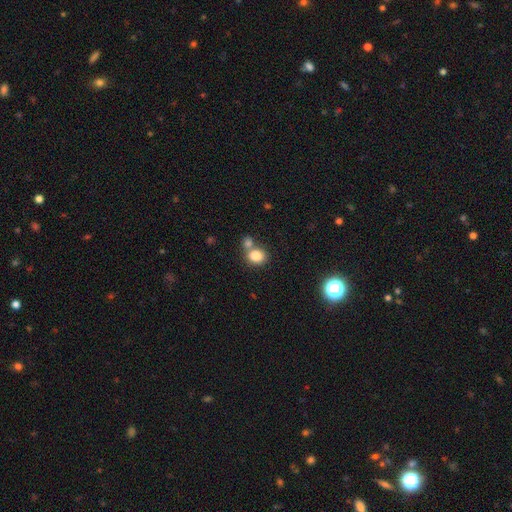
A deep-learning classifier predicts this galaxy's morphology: This is clearly a smooth galaxy (83%). How rounded: possibly round (57%). Merging: possibly none (48%).